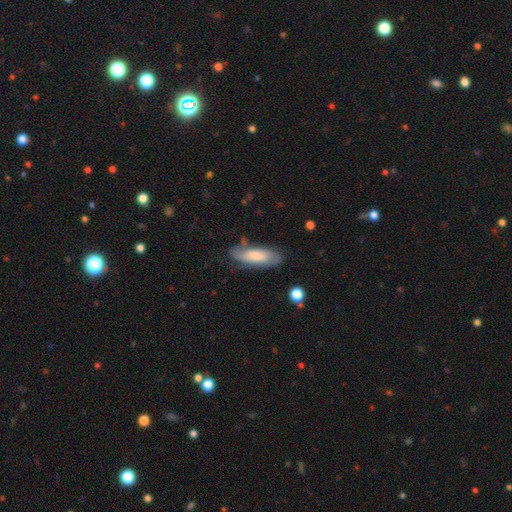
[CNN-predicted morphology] A smooth galaxy with no disk features (58%) that is in between round and cigar-shaped (66%).

Vote fractions:
- Smooth or featured? smooth: 58% / featured or disk: 35% / star or artifact: 7%
- How rounded? in between: 66% / cigar-shaped: 32% / round: 2%
- Merging? none: 59% / minor disturbance: 25% / major disturbance: 11% / merger: 4%